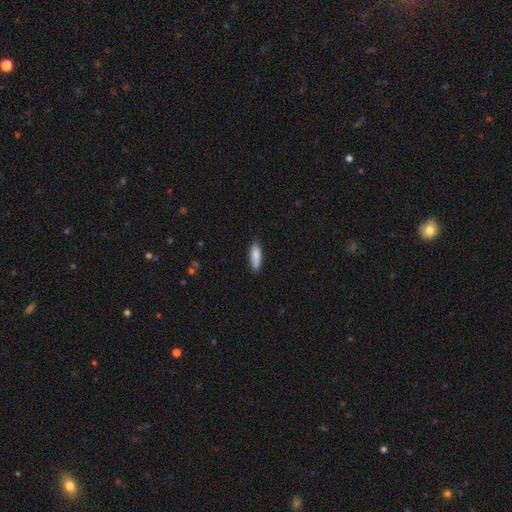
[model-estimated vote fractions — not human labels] This is clearly a smooth galaxy (86%). How rounded: possibly in between (52%). Merging: clearly none (82%).